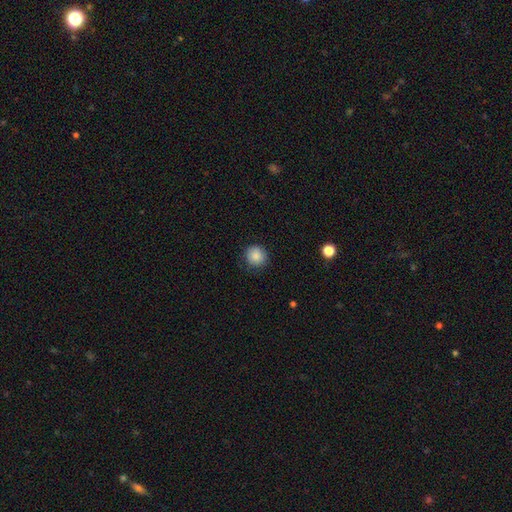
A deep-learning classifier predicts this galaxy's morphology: Smooth or featured?
  - smooth: 86% *
  - star or artifact: 9%
  - featured or disk: 5%
How rounded?
  - round: 92% *
  - in between: 7%
  - cigar-shaped: 1%
Merging?
  - none: 84% *
  - minor disturbance: 12%
  - major disturbance: 3%
  - merger: 1%